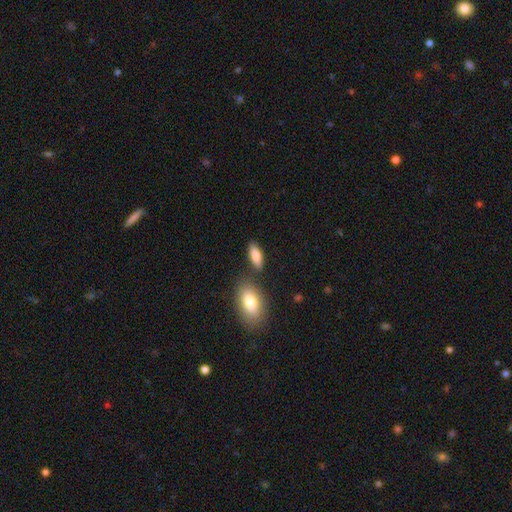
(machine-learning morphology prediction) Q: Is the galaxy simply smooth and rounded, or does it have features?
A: smooth — 84%.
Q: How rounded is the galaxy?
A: in between — 79%.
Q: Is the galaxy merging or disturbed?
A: none — 74%.